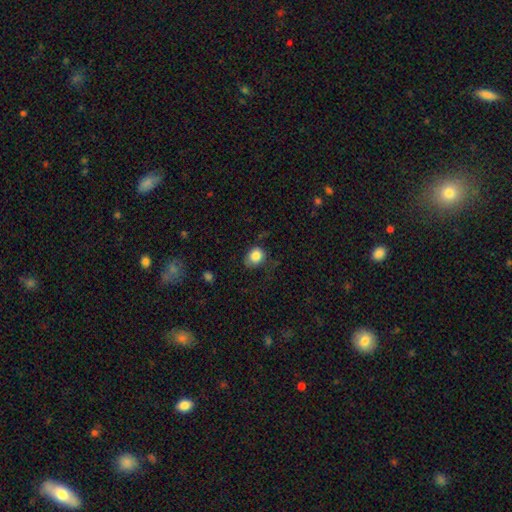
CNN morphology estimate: Smooth or featured? Predicted: smooth (p=0.85). How rounded? Predicted: round (p=0.58). Merging? Predicted: none (p=0.60).